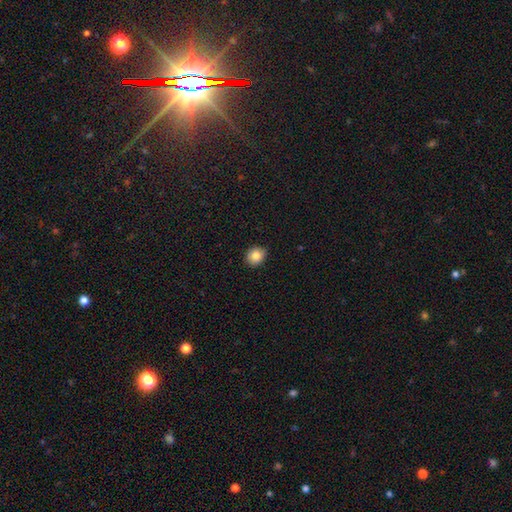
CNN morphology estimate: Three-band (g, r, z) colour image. It shows a smooth galaxy with no disk features (84%) that is round (68%). Merging: none (87%).